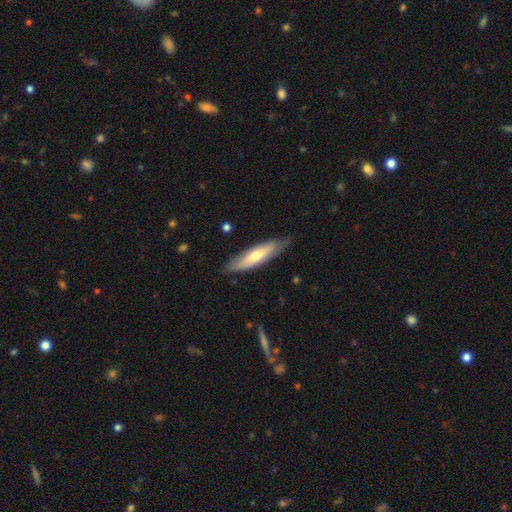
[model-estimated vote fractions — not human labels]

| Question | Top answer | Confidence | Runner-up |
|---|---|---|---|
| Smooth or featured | smooth | 52% | featured or disk (43%) |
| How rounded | cigar-shaped | 69% | in between (29%) |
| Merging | none | 78% | minor disturbance (17%) |